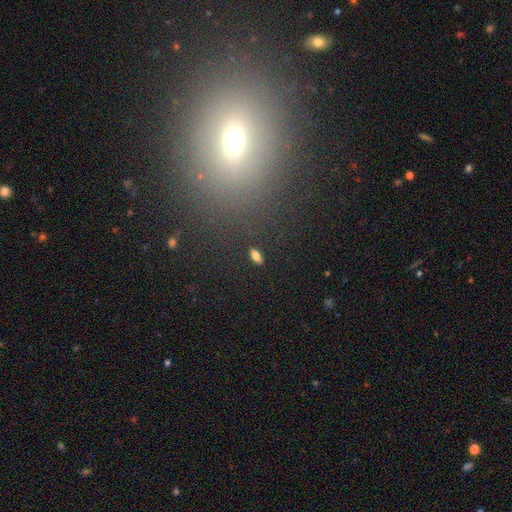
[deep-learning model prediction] This appears to be a smooth galaxy with no disk features (77%) that is in between round and cigar-shaped (82%). Merging: none (88%).